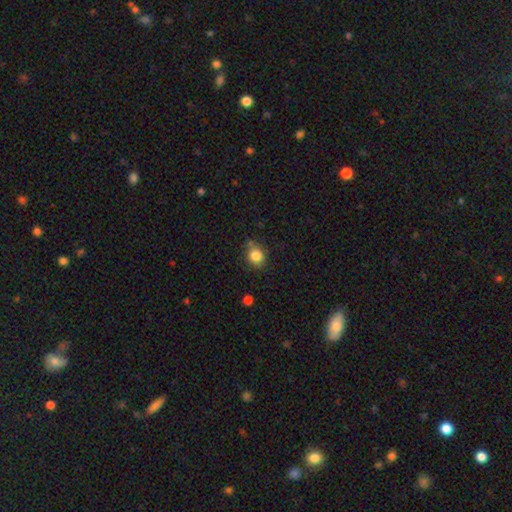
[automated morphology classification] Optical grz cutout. It shows a smooth galaxy with no disk features (84%) that is round (75%). Merging: none (70%).